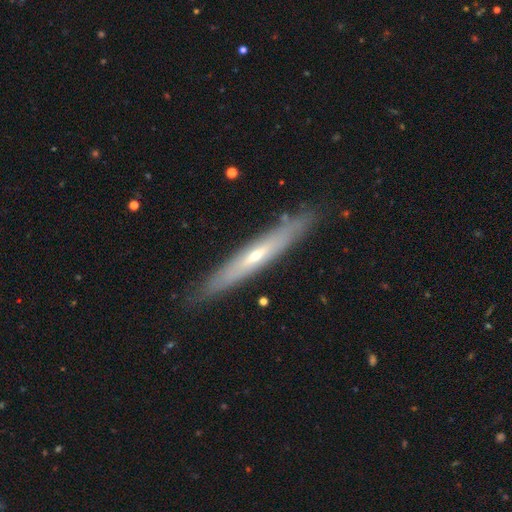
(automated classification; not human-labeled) This appears to be a featured or disk galaxy (66%) viewed edge-on (83%) with a rounded central bulge (66%). Merging: none (87%).